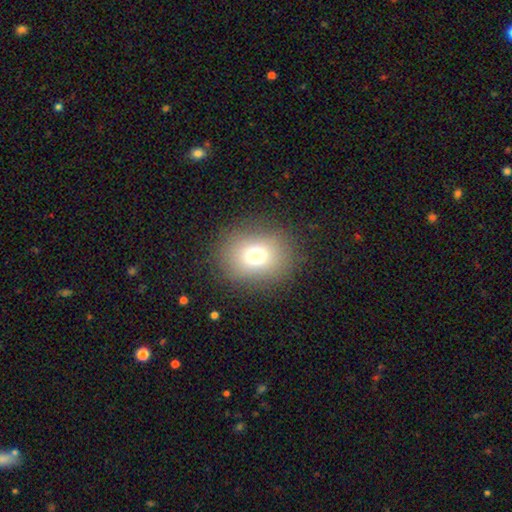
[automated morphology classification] This appears to be a smooth galaxy with no disk features (73%) that is round (62%). Merging: none (85%).